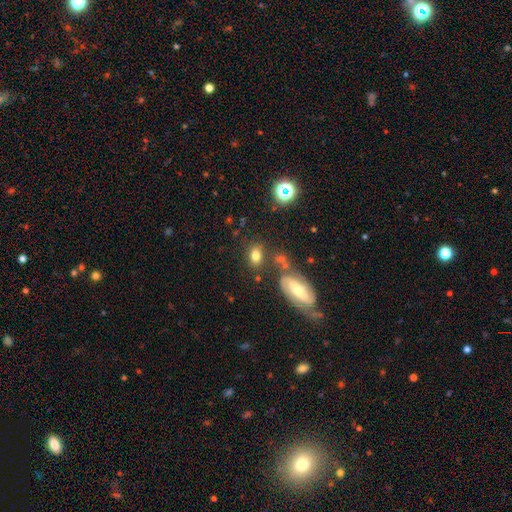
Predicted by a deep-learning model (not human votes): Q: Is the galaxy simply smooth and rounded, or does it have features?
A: smooth — 74%.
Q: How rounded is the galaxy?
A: in between — 71%.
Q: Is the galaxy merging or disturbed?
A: none — 70%.